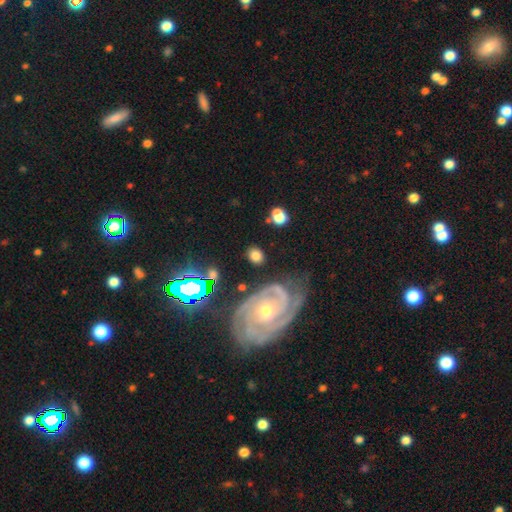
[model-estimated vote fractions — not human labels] A smooth galaxy with no disk features (64%) that is round (54%). Merging: none (77%).